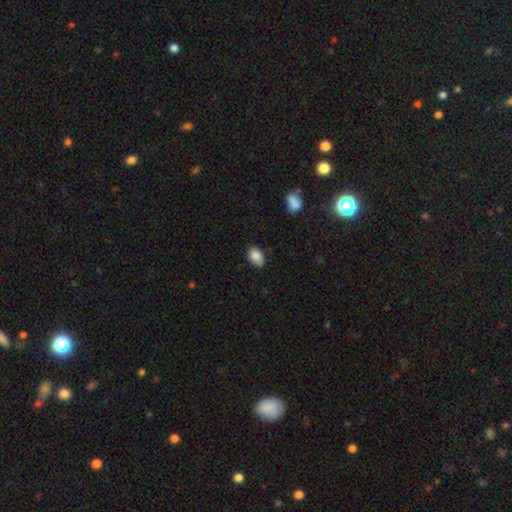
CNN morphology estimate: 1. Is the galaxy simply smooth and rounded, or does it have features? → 84% smooth, 8% star or artifact, 7% featured or disk.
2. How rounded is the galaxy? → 81% in between, 17% round, 1% cigar-shaped.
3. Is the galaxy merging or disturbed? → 66% none, 28% minor disturbance, 4% major disturbance, 2% merger.